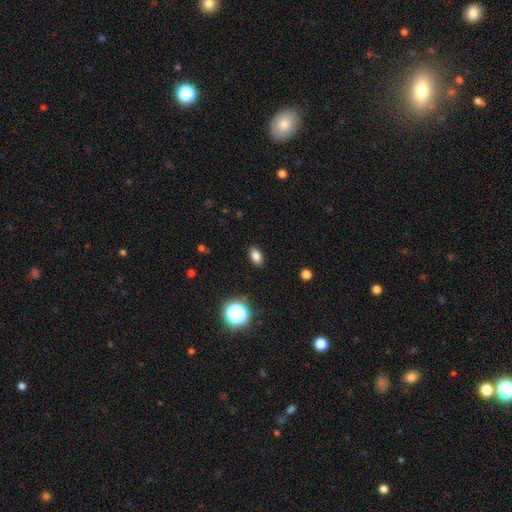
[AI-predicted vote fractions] Overall: smooth (82%). How rounded: in between (86%). Merging: none (89%).